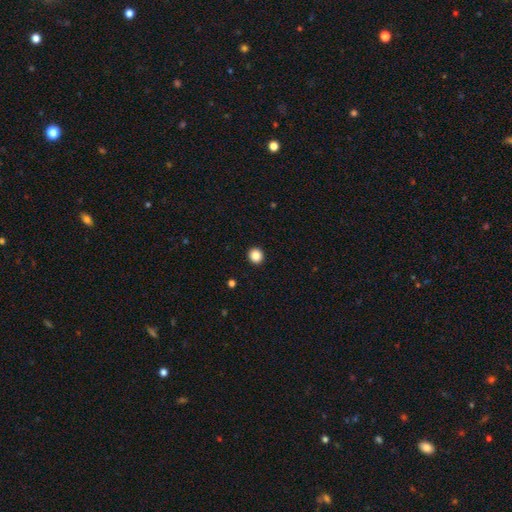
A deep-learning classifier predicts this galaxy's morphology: This appears to be a smooth galaxy with no disk features (87%) that is round (91%). Merging: none (93%).